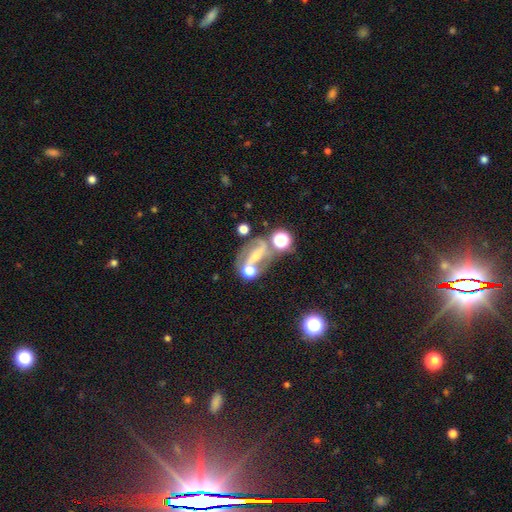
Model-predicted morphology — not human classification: smooth_or_featured: featured or disk (p=0.67) [alt: smooth p=0.18]
disk_edge_on: no (p=0.93) [alt: yes p=0.07]
bar: strong (p=0.53) [alt: weak p=0.26]
has_spiral_arms: yes (p=0.80) [alt: no p=0.20]
bulge_size: small (p=0.46) [alt: moderate p=0.39]
merging: none (p=0.49) [alt: merger p=0.23]